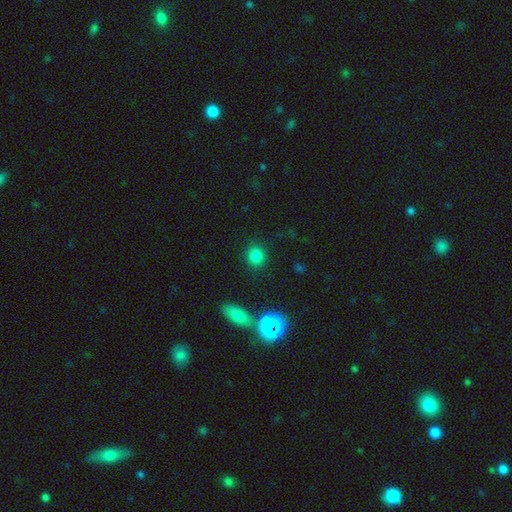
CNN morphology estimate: Smooth or featured? smooth (81%)
How rounded? round (86%)
Merging? none (87%)